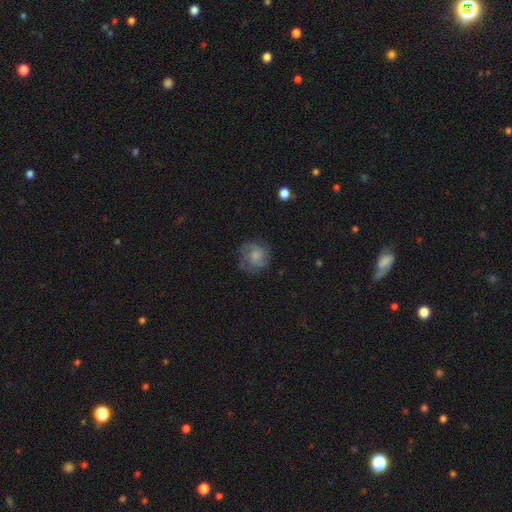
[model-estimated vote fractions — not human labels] Smooth or featured? featured or disk (50%)
Merging? none (71%)